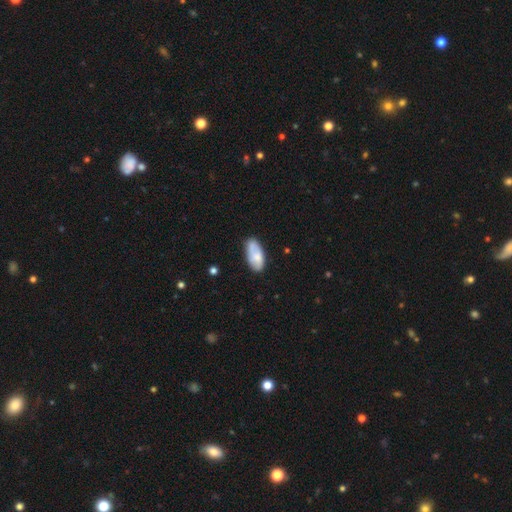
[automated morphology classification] This is likely a smooth galaxy (71%). How rounded: clearly in between (91%). Merging: likely none (70%).